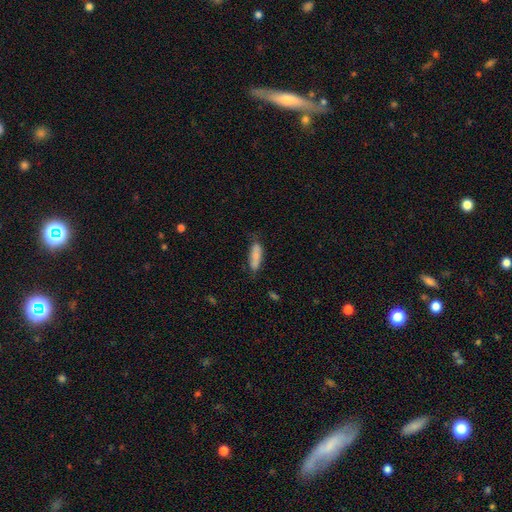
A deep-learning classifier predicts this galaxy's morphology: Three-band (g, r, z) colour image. It shows a smooth galaxy with no disk features (79%) that is in between round and cigar-shaped (54%). Merging: none (65%).